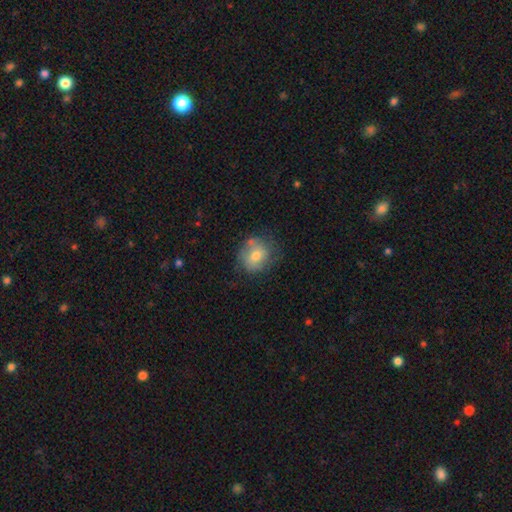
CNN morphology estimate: smooth_or_featured: smooth (p=0.62) [alt: featured or disk p=0.28]
how_rounded: round (p=0.74) [alt: in between p=0.25]
merging: none (p=0.63) [alt: minor disturbance p=0.24]